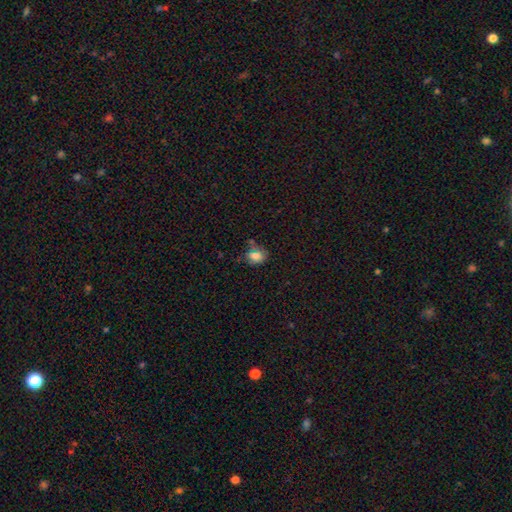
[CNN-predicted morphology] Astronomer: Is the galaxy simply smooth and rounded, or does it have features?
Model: smooth — 76%.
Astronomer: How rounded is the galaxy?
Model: in between — 56% (runner-up: round, 42%).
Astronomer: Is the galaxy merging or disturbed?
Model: none — 55%.